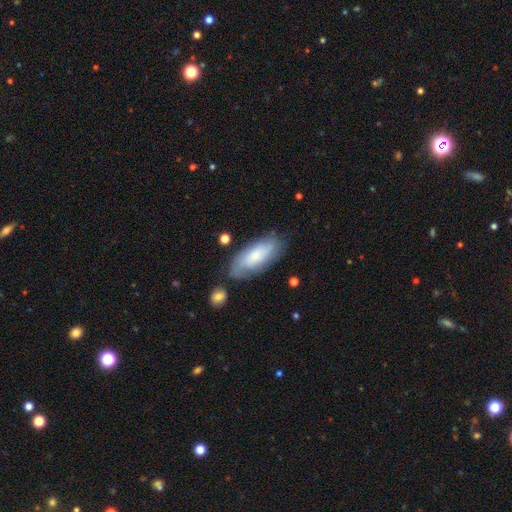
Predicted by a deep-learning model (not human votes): Smooth or featured? Predicted: smooth (p=0.63). How rounded? Predicted: in between (p=0.80). Merging? Predicted: none (p=0.71).